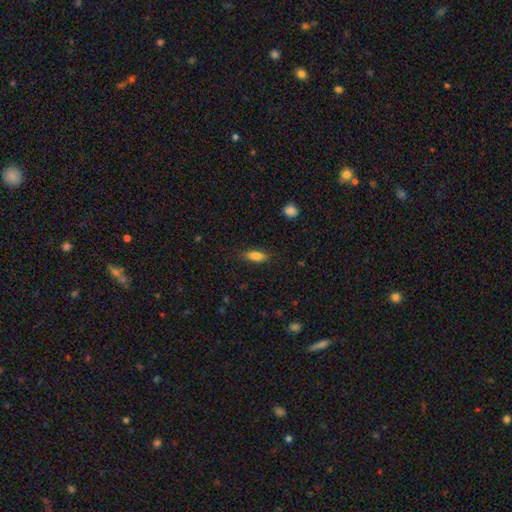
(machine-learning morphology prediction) type=smooth (84%); roundness=in between (73%); merging=none (82%).